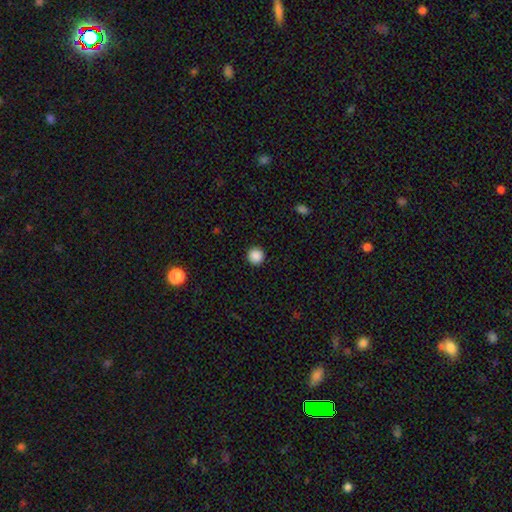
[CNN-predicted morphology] The model was most divided on "smooth or featured": smooth: 88%, star or artifact: 9%, featured or disk: 2%. More confident: how rounded — round (96%); merging — none (93%).